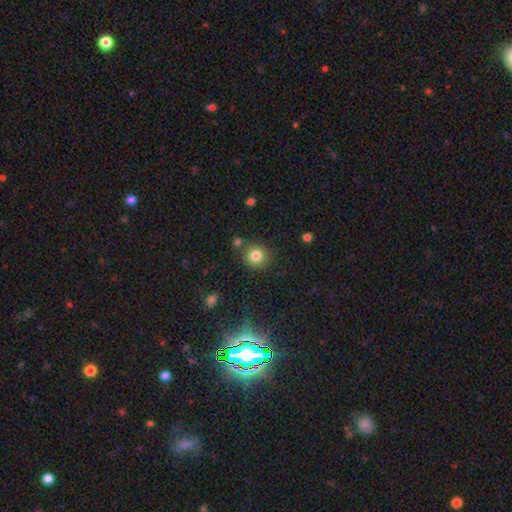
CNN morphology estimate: smooth_or_featured: smooth (p=0.82) [alt: star or artifact p=0.12]
how_rounded: round (p=0.91) [alt: in between p=0.08]
merging: none (p=0.81) [alt: minor disturbance p=0.09]